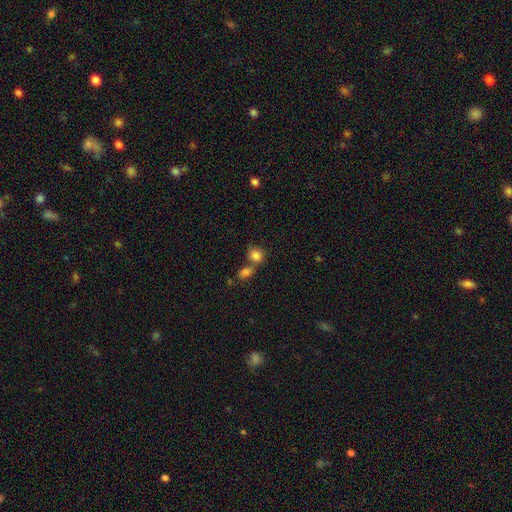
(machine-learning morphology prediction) Smooth or featured? smooth (83%)
How rounded? round (57%)
Merging? none (43%)